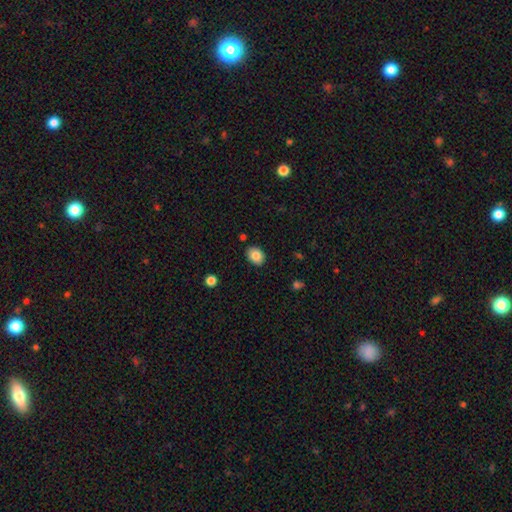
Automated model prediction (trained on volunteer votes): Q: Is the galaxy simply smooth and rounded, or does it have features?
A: smooth — 85%.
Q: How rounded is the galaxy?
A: in between — 64%.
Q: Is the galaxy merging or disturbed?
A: none — 85%.